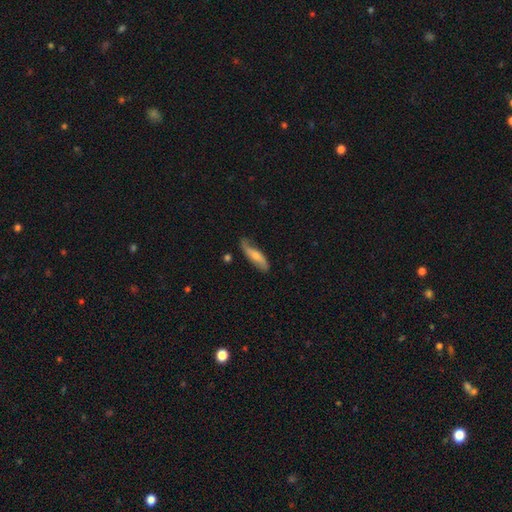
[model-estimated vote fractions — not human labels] This appears to be a featured or disk galaxy (52%). Merging: none (68%).